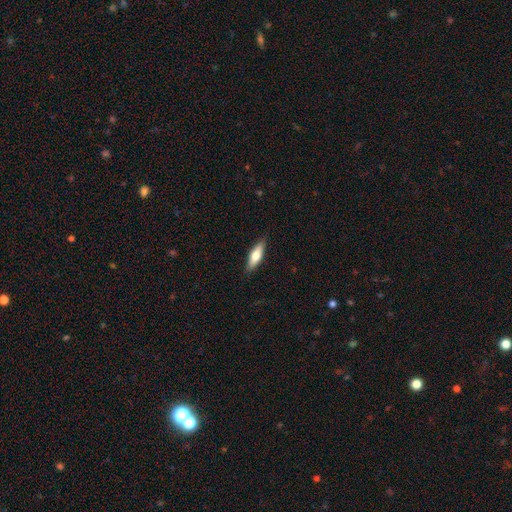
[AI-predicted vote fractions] smooth-or-featured: smooth: 62% | featured or disk: 33% | star or artifact: 6%
  how-rounded: cigar-shaped: 52% | in between: 46% | round: 2%
  merging: none: 86% | minor disturbance: 11% | major disturbance: 2% | merger: 1%